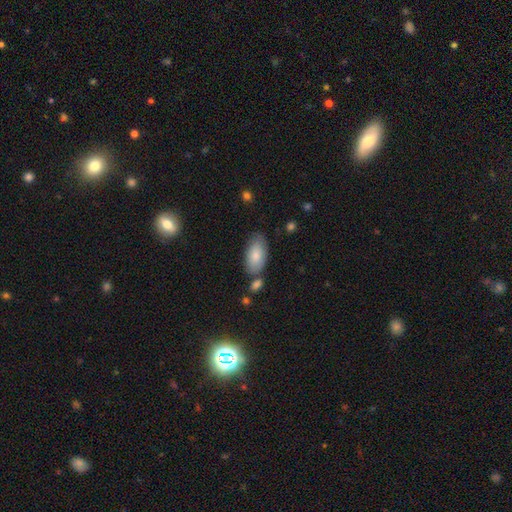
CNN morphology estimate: type=smooth (83%); roundness=in between (94%); merging=none (70%).